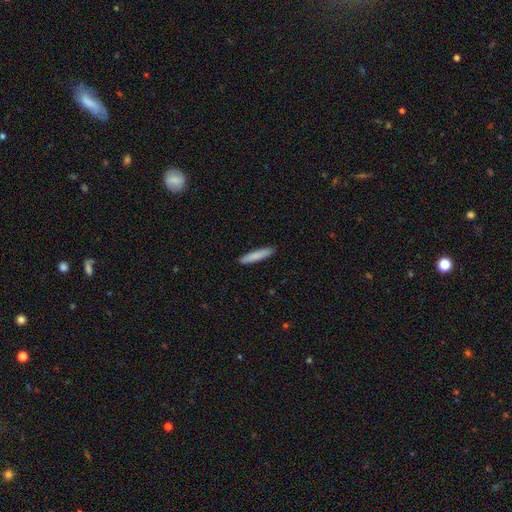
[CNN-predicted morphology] smooth 84%, featured or disk 11%, star or artifact 6%. Down the decision tree: how rounded — cigar-shaped (89%); merging — none (91%).